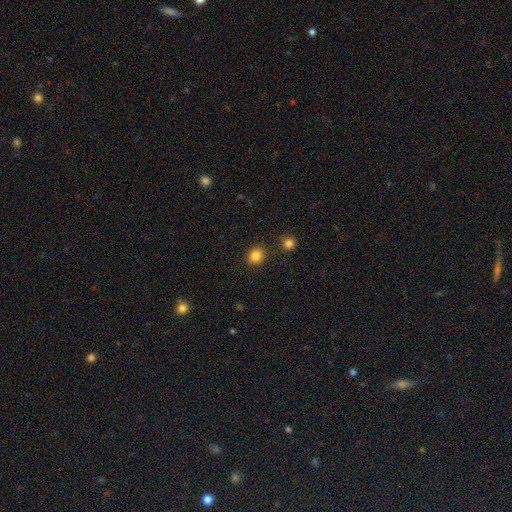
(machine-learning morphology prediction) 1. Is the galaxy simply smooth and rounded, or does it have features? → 85% smooth, 11% star or artifact, 5% featured or disk.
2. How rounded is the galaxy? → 73% round, 26% in between, 1% cigar-shaped.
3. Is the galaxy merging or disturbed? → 87% none, 7% minor disturbance, 3% merger, 2% major disturbance.